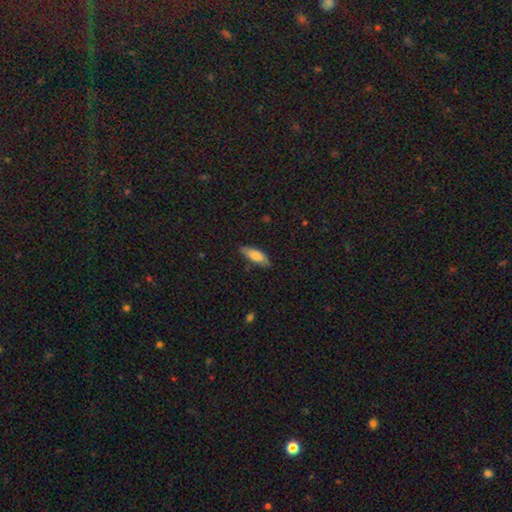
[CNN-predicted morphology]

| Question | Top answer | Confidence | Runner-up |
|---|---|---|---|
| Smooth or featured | smooth | 78% | featured or disk (16%) |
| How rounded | in between | 64% | cigar-shaped (34%) |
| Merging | none | 76% | minor disturbance (19%) |